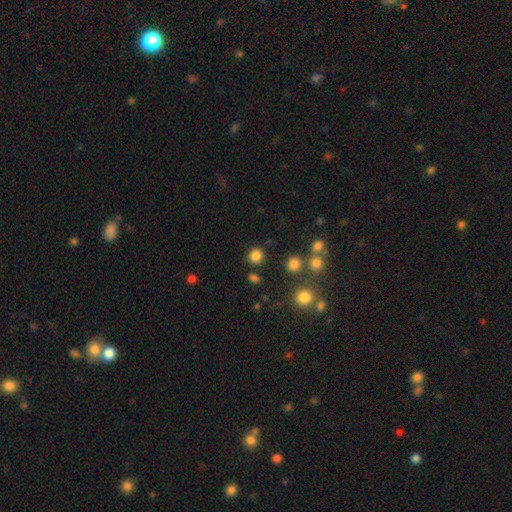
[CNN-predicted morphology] smooth 82%, star or artifact 14%, featured or disk 4%. Down the decision tree: how rounded — round (90%); merging — none (85%).